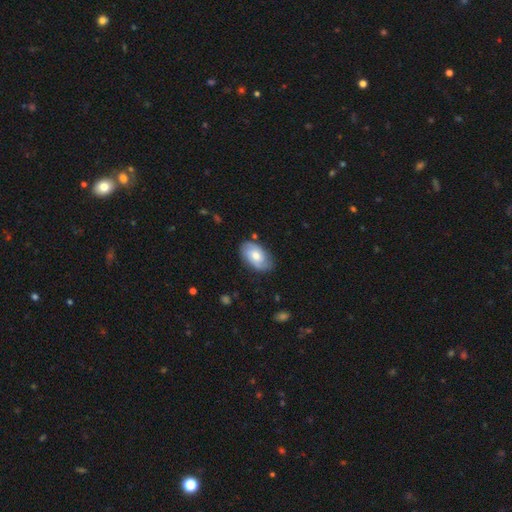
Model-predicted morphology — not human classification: This is possibly a smooth galaxy (49%). Merging: likely none (80%).